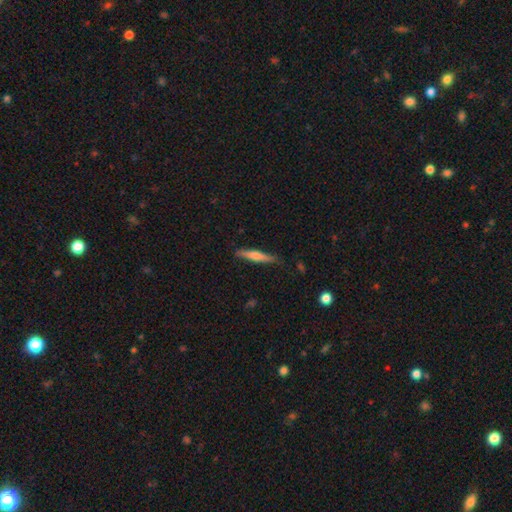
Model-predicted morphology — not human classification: This appears to be a smooth galaxy with no disk features (61%) that is cigar-shaped (90%). Merging: none (84%).